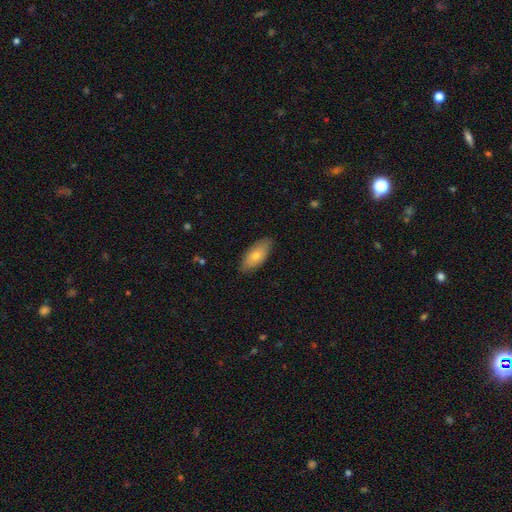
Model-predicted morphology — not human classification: smooth 68%, featured or disk 25%, star or artifact 7%. Down the decision tree: how rounded — in between (85%); merging — none (87%).